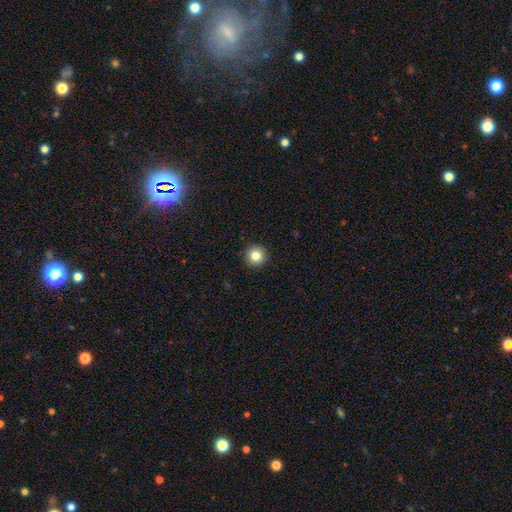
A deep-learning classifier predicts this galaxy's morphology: type=smooth (83%); roundness=round (96%); merging=none (93%).